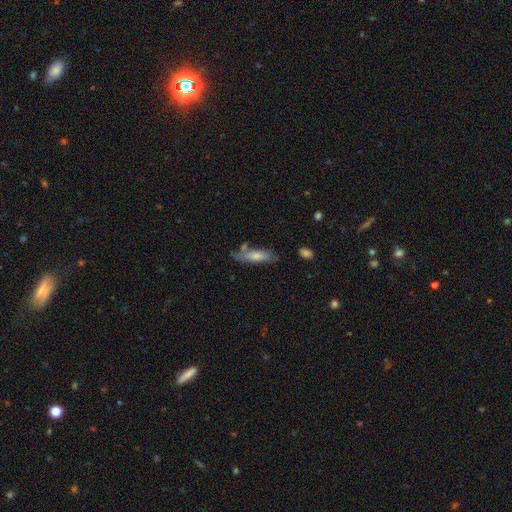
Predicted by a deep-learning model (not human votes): smooth_or_featured: smooth (p=0.67) [alt: featured or disk p=0.27]
how_rounded: cigar-shaped (p=0.61) [alt: in between p=0.37]
merging: none (p=0.59) [alt: minor disturbance p=0.22]